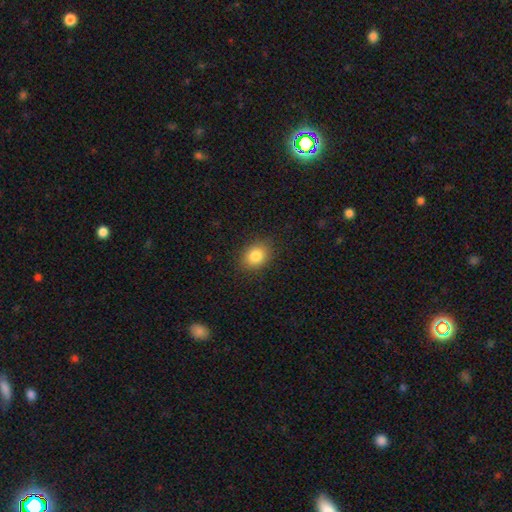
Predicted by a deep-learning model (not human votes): Smooth or featured? smooth (83%)
How rounded? in between (53%)
Merging? none (86%)